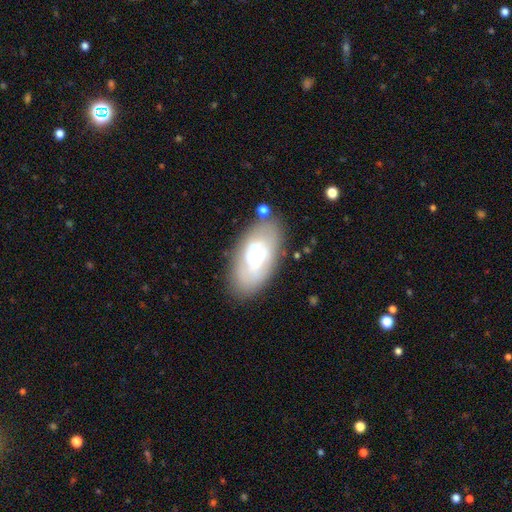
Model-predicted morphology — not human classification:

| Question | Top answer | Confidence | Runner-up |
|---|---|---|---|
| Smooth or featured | featured or disk | 55% | smooth (38%) |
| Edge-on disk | no | 91% | yes (9%) |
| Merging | none | 71% | minor disturbance (17%) |